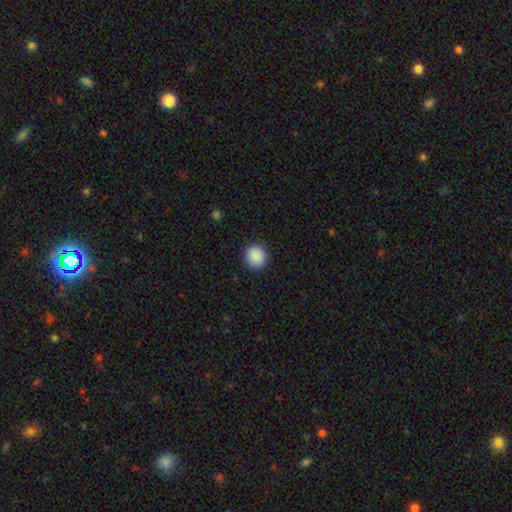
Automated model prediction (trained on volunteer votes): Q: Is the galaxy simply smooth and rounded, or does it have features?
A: smooth — 89%.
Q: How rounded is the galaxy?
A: round — 92%.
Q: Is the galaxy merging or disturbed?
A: none — 92%.